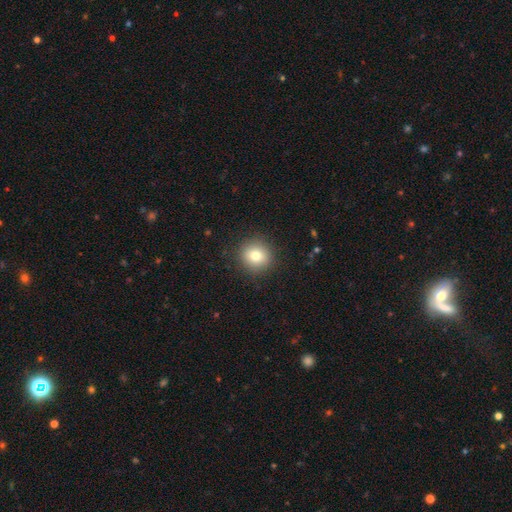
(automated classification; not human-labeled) smooth_or_featured: smooth (p=0.79) [alt: star or artifact p=0.11]
how_rounded: round (p=0.90) [alt: in between p=0.09]
merging: none (p=0.91) [alt: minor disturbance p=0.06]